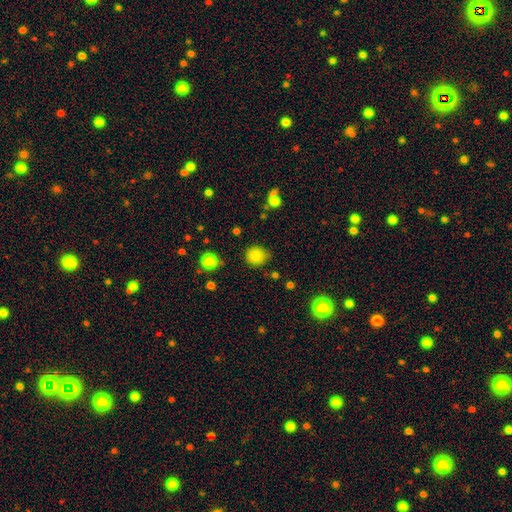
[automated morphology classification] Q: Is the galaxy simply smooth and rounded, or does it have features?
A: smooth — 83%.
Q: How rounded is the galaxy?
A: round — 80%.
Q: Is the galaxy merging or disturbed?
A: none — 77%.